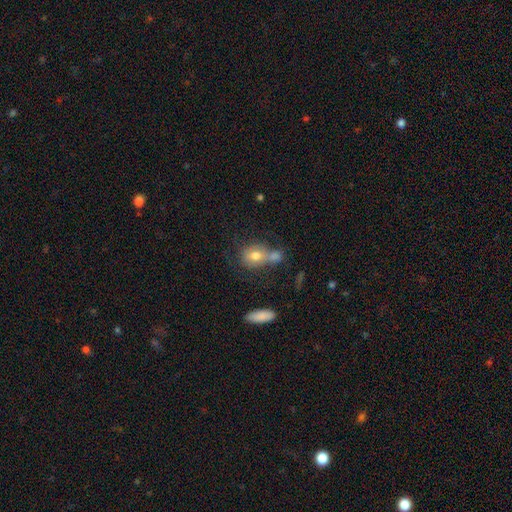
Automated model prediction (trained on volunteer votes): smooth_or_featured: smooth (p=0.73) [alt: featured or disk p=0.18]
how_rounded: in between (p=0.50) [alt: round p=0.47]
merging: merger (p=0.45) [alt: none p=0.34]